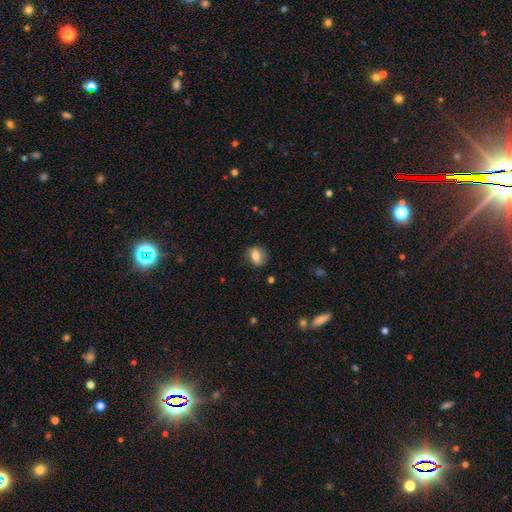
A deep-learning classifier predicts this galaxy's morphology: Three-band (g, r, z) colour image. It shows a smooth galaxy with no disk features (71%) that is in between round and cigar-shaped (56%). Merging: none (76%).